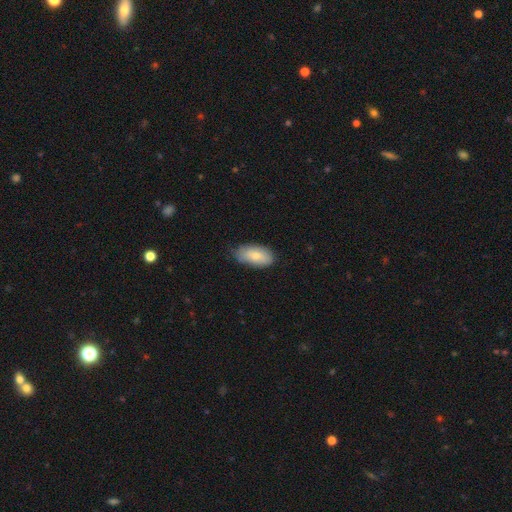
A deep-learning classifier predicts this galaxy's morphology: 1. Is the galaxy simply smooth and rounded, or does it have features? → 76% smooth, 18% featured or disk, 6% star or artifact.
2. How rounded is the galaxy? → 93% in between, 4% round, 3% cigar-shaped.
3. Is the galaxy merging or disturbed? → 71% none, 24% minor disturbance, 4% major disturbance, 1% merger.